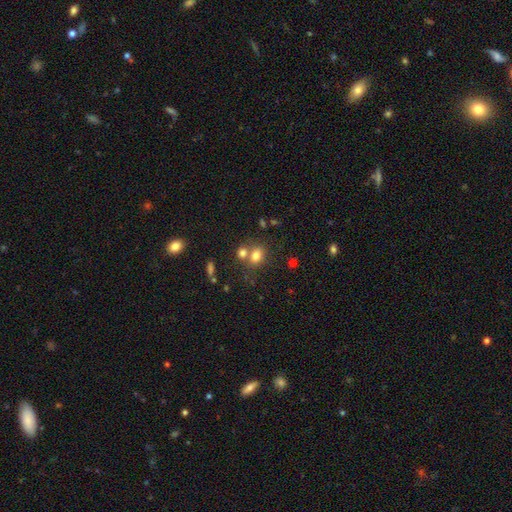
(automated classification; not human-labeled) Q: Smooth or featured?
A: smooth (77%); runner-up: star or artifact (13%)
Q: How rounded?
A: in between (59%); runner-up: round (40%)
Q: Merging?
A: none (48%); runner-up: merger (37%)